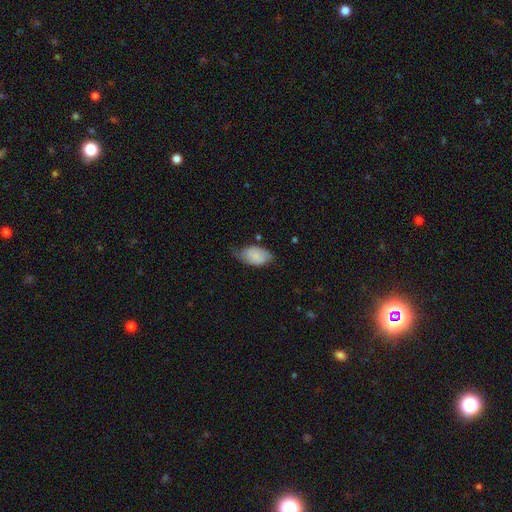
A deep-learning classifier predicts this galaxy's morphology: Overall: smooth (70%). How rounded: in between (92%). Merging: none (45%; minor disturbance 40%).